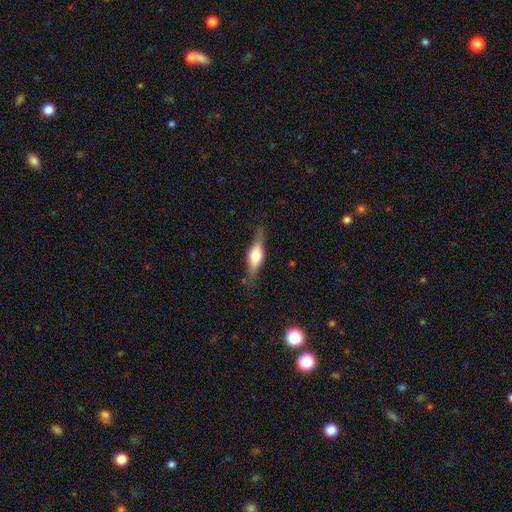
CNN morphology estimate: smooth-or-featured: featured or disk: 54% | smooth: 39% | star or artifact: 7%
  disk-edge-on: yes: 92% | no: 8%
  merging: none: 79% | minor disturbance: 15% | major disturbance: 4% | merger: 1%